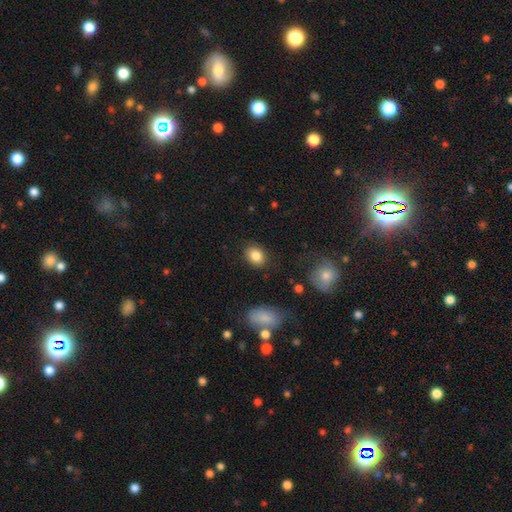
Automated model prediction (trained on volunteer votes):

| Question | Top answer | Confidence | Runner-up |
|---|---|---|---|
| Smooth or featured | smooth | 85% | star or artifact (9%) |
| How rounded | in between | 57% | round (42%) |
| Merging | none | 85% | minor disturbance (10%) |